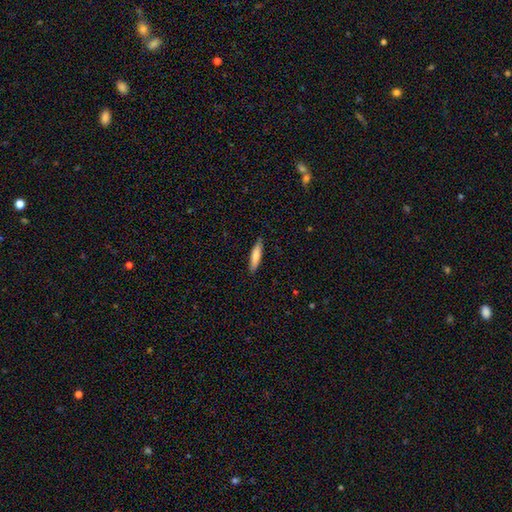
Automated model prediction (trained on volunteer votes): A smooth galaxy with no disk features (77%) that is cigar-shaped (78%).

Vote fractions:
- Smooth or featured? smooth: 77% / featured or disk: 17% / star or artifact: 6%
- How rounded? cigar-shaped: 78% / in between: 21% / round: 1%
- Merging? none: 87% / minor disturbance: 10% / major disturbance: 2% / merger: 1%